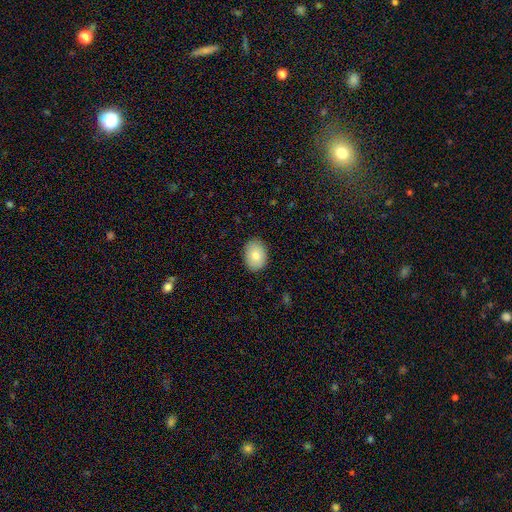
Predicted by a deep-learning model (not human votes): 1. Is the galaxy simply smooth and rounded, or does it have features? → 81% smooth, 12% featured or disk, 7% star or artifact.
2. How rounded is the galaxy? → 72% in between, 27% round, 1% cigar-shaped.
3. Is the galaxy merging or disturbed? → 87% none, 10% minor disturbance, 2% major disturbance, 1% merger.